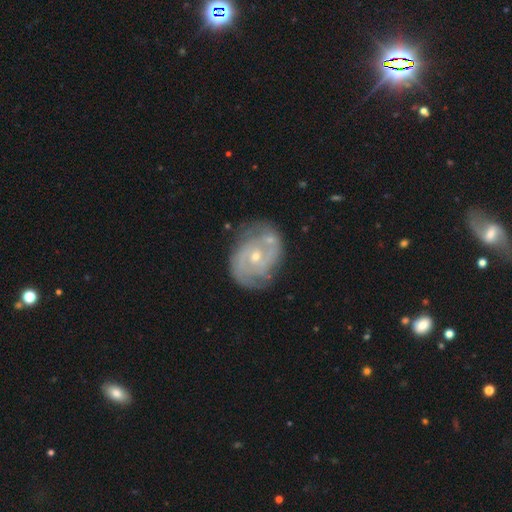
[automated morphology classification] Smooth or featured? Predicted: featured or disk (p=0.83). Edge-on disk? Predicted: no (p=0.97). Bar? Predicted: no (p=0.65). Spiral arms? Predicted: yes (p=0.92). Spiral winding? Predicted: tight (p=0.50). Spiral arm count? Predicted: 2 (p=0.57). Bulge size? Predicted: small (p=0.62). Merging? Predicted: none (p=0.64).